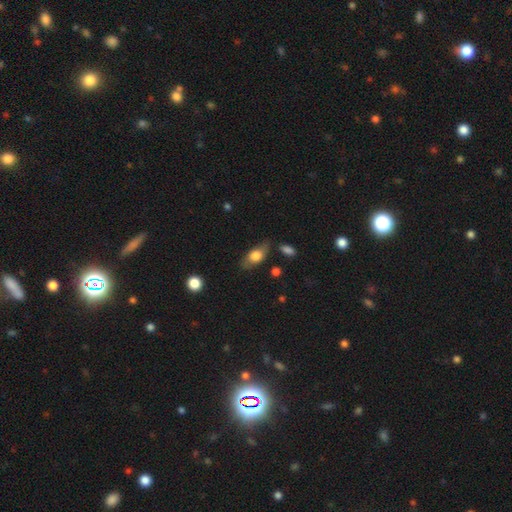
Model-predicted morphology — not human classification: Smooth or featured?
  - smooth: 67% *
  - featured or disk: 26%
  - star or artifact: 7%
How rounded?
  - in between: 81% *
  - cigar-shaped: 12%
  - round: 7%
Merging?
  - none: 73% *
  - minor disturbance: 19%
  - major disturbance: 5%
  - merger: 3%